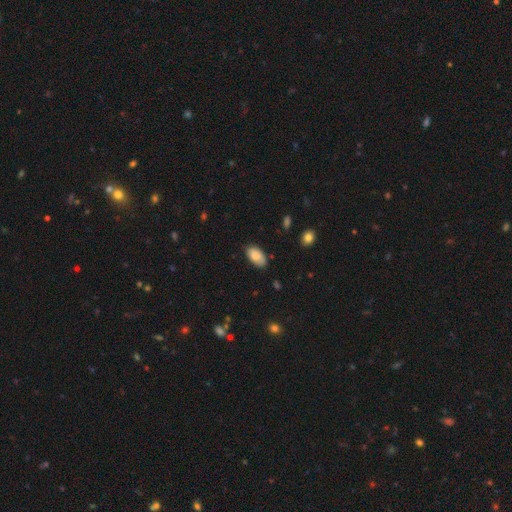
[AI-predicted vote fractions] A smooth galaxy with no disk features (85%) that is in between round and cigar-shaped (95%).

Vote fractions:
- Smooth or featured? smooth: 85% / featured or disk: 8% / star or artifact: 7%
- How rounded? in between: 95% / round: 3% / cigar-shaped: 2%
- Merging? none: 80% / minor disturbance: 16% / major disturbance: 3% / merger: 1%